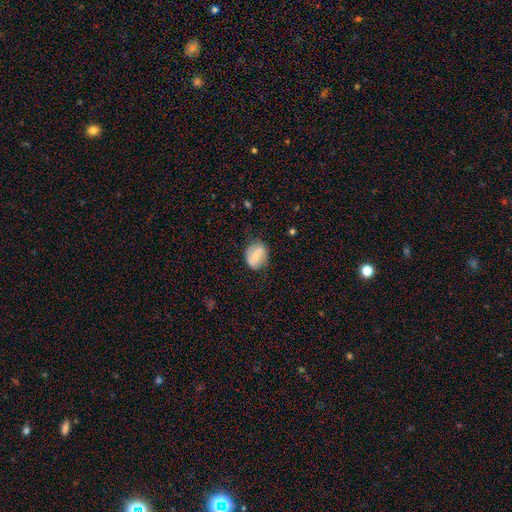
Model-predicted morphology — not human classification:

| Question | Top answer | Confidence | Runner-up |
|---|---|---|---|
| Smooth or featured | smooth | 47% | featured or disk (46%) |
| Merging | none | 71% | minor disturbance (21%) |